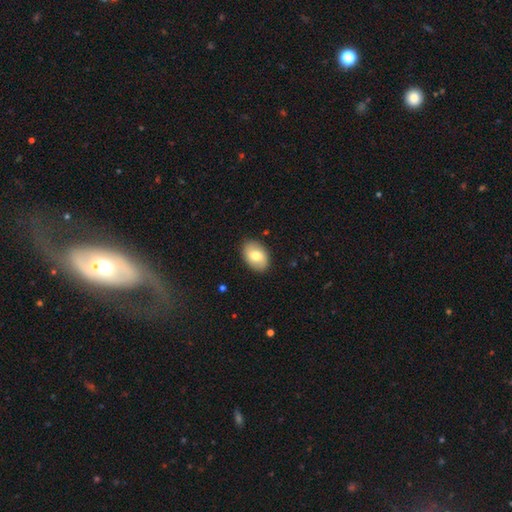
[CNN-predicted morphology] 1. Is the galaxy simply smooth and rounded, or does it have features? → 72% smooth, 22% featured or disk, 6% star or artifact.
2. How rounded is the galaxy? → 86% in between, 13% round, 1% cigar-shaped.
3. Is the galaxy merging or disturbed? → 87% none, 10% minor disturbance, 2% major disturbance, 1% merger.